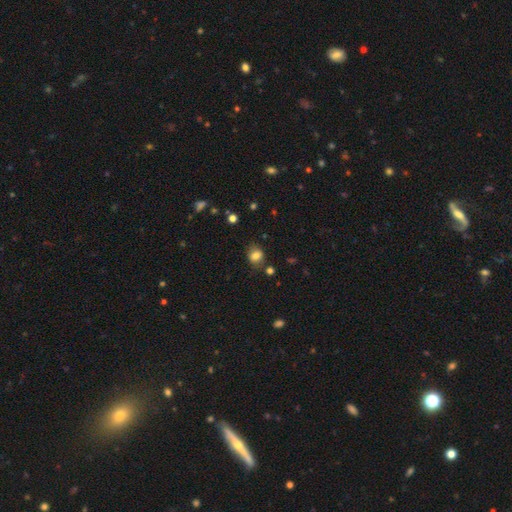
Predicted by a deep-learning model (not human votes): smooth-or-featured: smooth: 79% | star or artifact: 12% | featured or disk: 10%
  how-rounded: round: 54% | in between: 45% | cigar-shaped: 1%
  merging: none: 72% | minor disturbance: 17% | major disturbance: 5% | merger: 5%